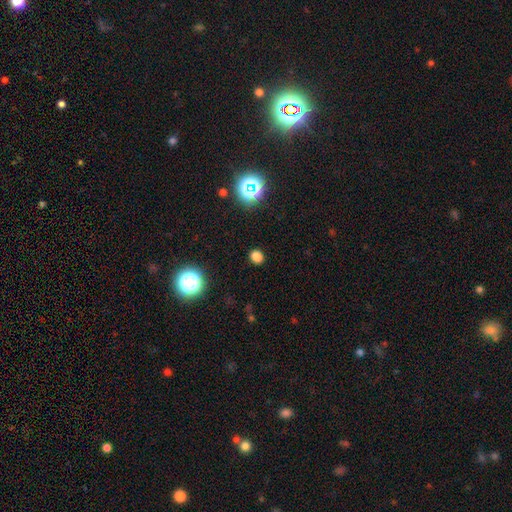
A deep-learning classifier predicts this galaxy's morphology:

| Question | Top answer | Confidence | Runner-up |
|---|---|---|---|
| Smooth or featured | smooth | 75% | star or artifact (21%) |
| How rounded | round | 60% | in between (39%) |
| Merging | none | 87% | minor disturbance (8%) |